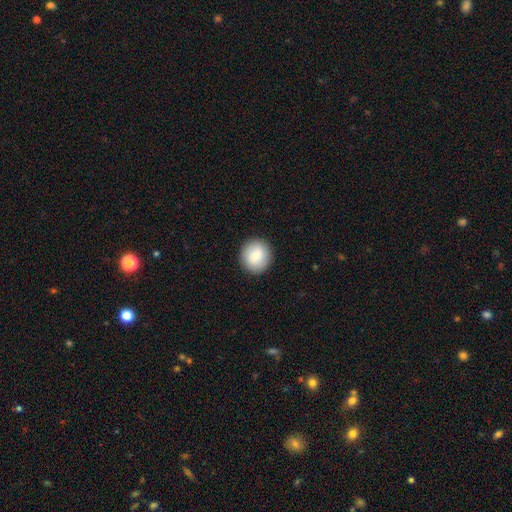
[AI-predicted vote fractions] smooth 84%, featured or disk 9%, star or artifact 7%. Down the decision tree: how rounded — round (89%); merging — none (91%).